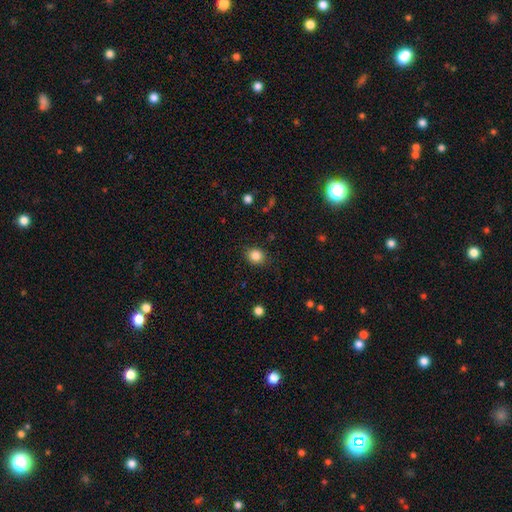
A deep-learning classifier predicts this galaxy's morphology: This is clearly a smooth galaxy (85%). How rounded: likely round (72%). Merging: clearly none (87%).